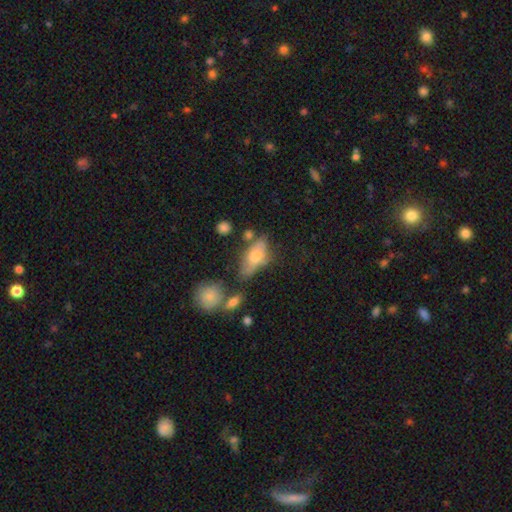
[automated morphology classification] Overall: smooth (62%; featured or disk 30%). How rounded: in between (83%). Merging: none (48%; minor disturbance 25%).